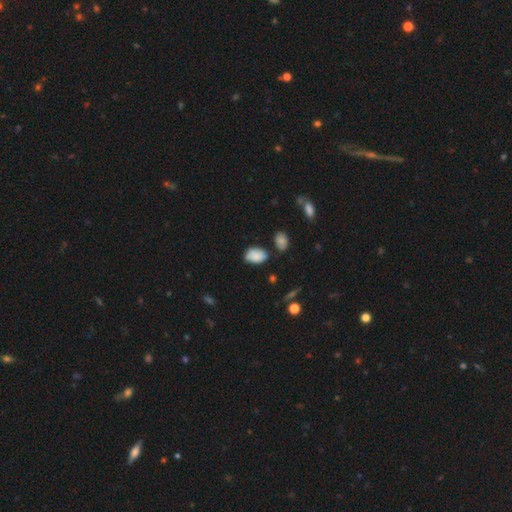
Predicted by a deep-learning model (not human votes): A smooth galaxy with no disk features (81%) that is in between round and cigar-shaped (90%).

Vote fractions:
- Smooth or featured? smooth: 81% / featured or disk: 11% / star or artifact: 8%
- How rounded? in between: 90% / round: 9% / cigar-shaped: 1%
- Merging? none: 63% / minor disturbance: 26% / merger: 6% / major disturbance: 5%